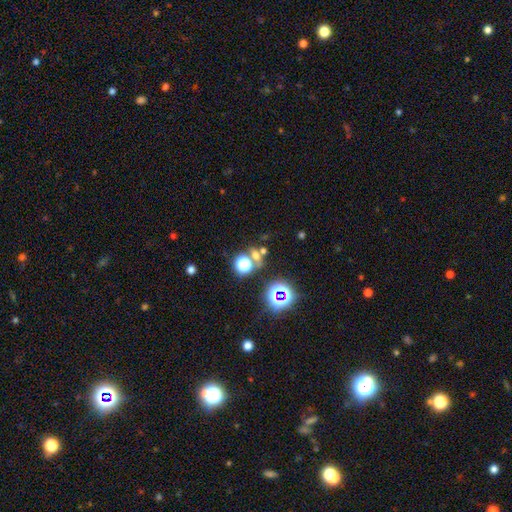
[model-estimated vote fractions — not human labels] Smooth or featured?
  - star or artifact: 46% *
  - smooth: 43%
  - featured or disk: 11%